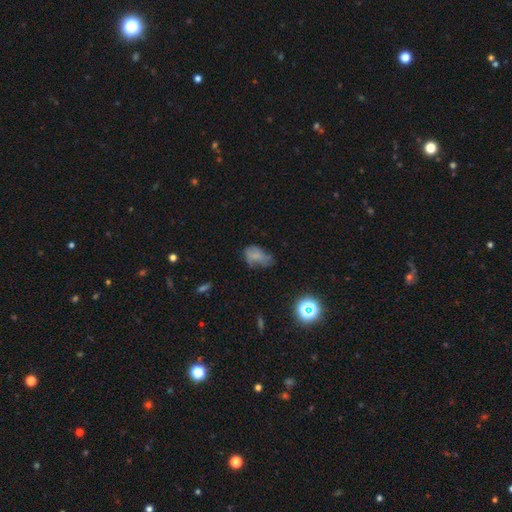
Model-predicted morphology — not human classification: Smooth or featured? Predicted: smooth (p=0.61). How rounded? Predicted: in between (p=0.86). Merging? Predicted: minor disturbance (p=0.37).